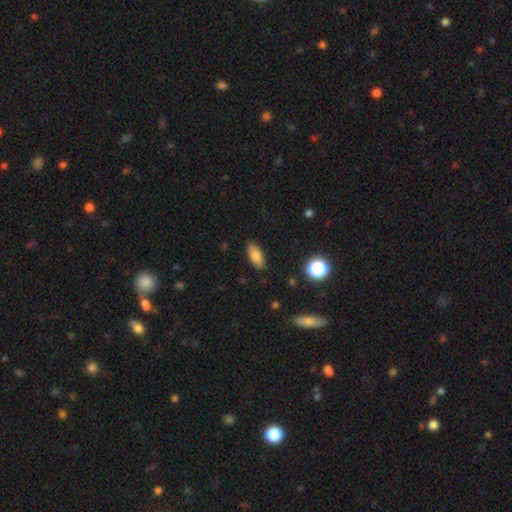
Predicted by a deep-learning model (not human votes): Smooth or featured? Predicted: smooth (p=0.83). How rounded? Predicted: in between (p=0.85). Merging? Predicted: none (p=0.87).